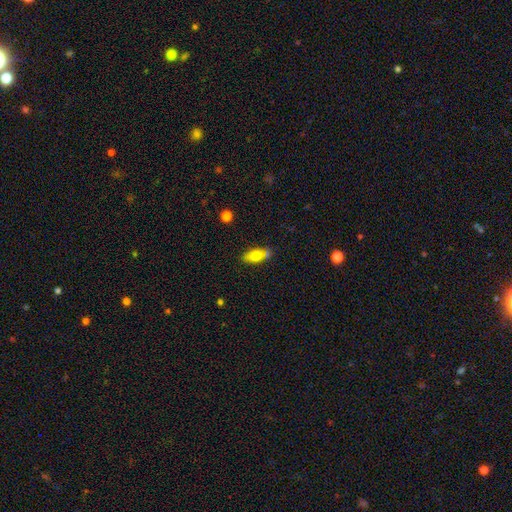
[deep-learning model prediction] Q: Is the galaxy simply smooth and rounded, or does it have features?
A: smooth — 75%.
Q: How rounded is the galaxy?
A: in between — 85%.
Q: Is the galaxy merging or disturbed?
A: none — 62%.